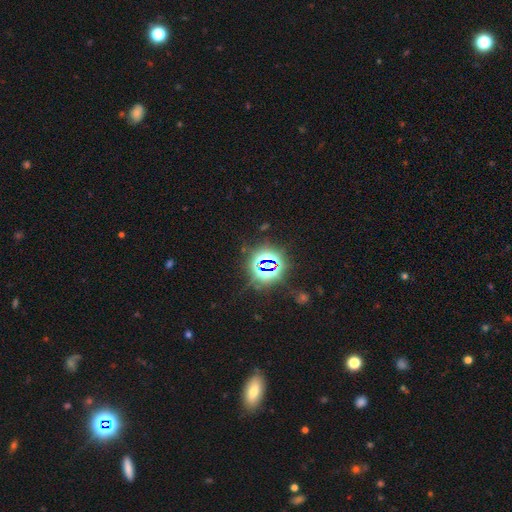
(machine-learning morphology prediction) Q: Smooth or featured?
A: star or artifact (78%); runner-up: smooth (14%)